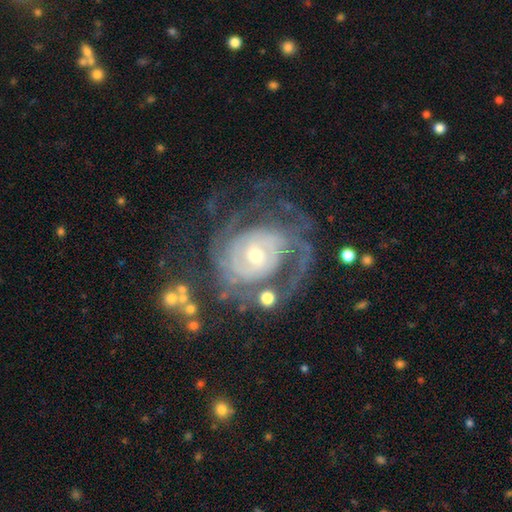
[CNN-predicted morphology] The model was most divided on "spiral arm count": can't tell: 33%, 2: 31%, 3: 15%, 1: 8%, 4: 8%, more than 4: 6%. More confident: edge-on disk — no (97%); spiral arms — yes (93%); smooth or featured — featured or disk (87%); bar — no (68%); spiral winding — tight (63%); merging — none (57%); bulge size — small (55%).